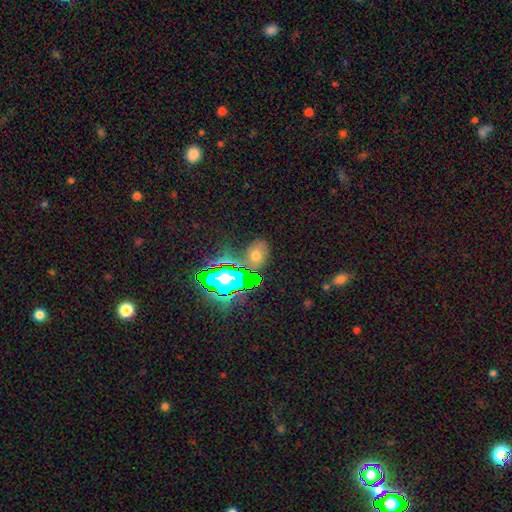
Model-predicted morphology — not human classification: This is possibly a smooth galaxy (51%). How rounded: likely in between (71%). Merging: likely none (71%).